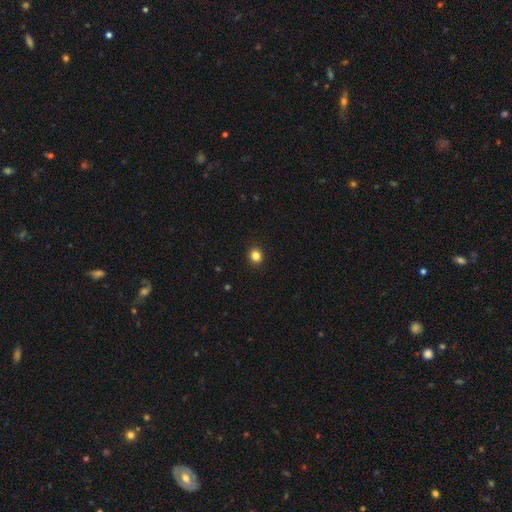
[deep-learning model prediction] smooth 83%, star or artifact 12%, featured or disk 4%. Down the decision tree: how rounded — round (85%); merging — none (93%).